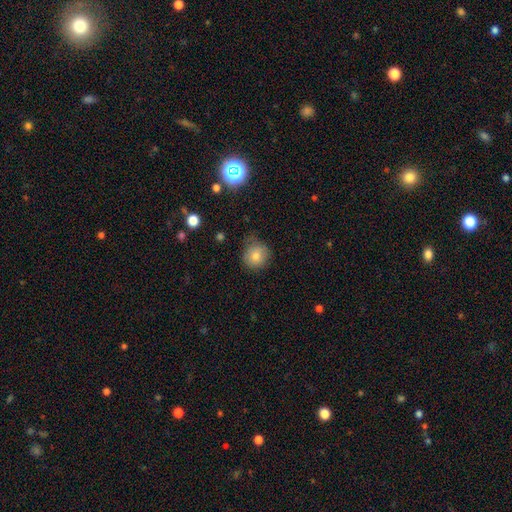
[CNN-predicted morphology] type=smooth (78%); roundness=round (89%); merging=none (71%).